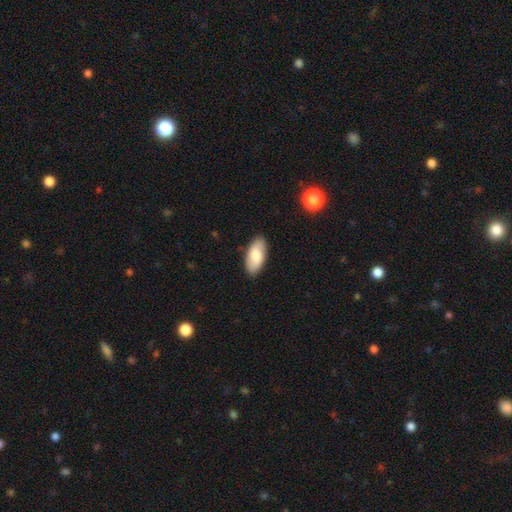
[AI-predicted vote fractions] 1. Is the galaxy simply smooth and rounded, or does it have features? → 74% smooth, 20% featured or disk, 6% star or artifact.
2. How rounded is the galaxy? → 91% in between, 7% cigar-shaped, 2% round.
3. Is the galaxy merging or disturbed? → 88% none, 9% minor disturbance, 2% major disturbance, 1% merger.